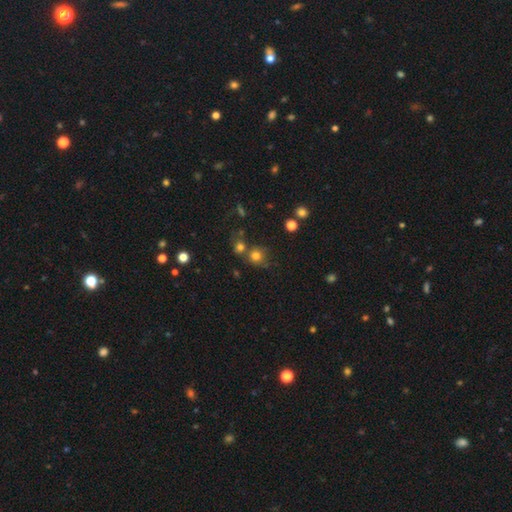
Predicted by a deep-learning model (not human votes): Q: Smooth or featured?
A: smooth (76%); runner-up: star or artifact (17%)
Q: How rounded?
A: round (89%); runner-up: in between (10%)
Q: Merging?
A: none (64%); runner-up: merger (22%)